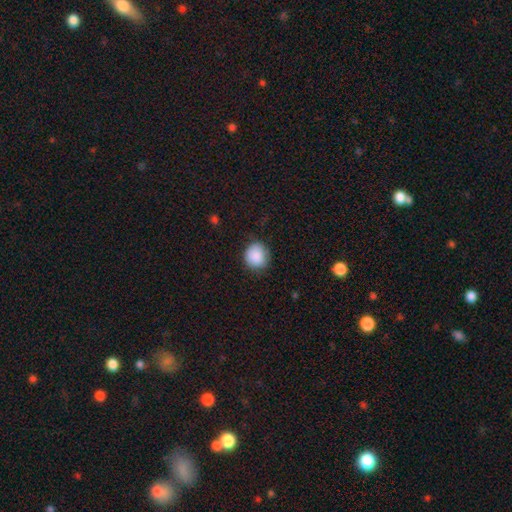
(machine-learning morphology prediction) smooth_or_featured: smooth (p=0.89) [alt: star or artifact p=0.07]
how_rounded: round (p=0.85) [alt: in between p=0.14]
merging: none (p=0.80) [alt: minor disturbance p=0.15]